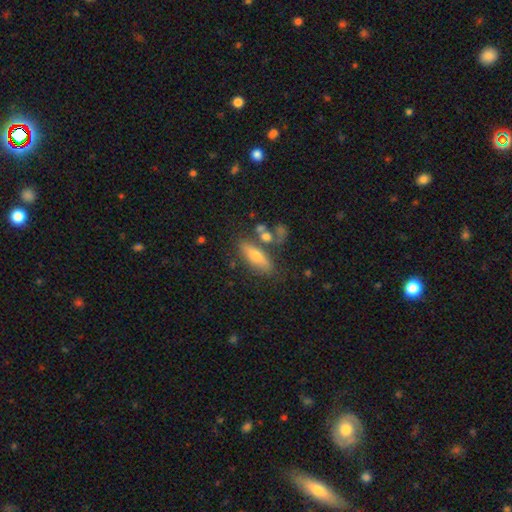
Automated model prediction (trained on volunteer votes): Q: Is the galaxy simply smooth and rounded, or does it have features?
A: smooth — 59%.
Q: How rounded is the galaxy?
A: in between — 49%.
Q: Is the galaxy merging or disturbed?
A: none — 65%.